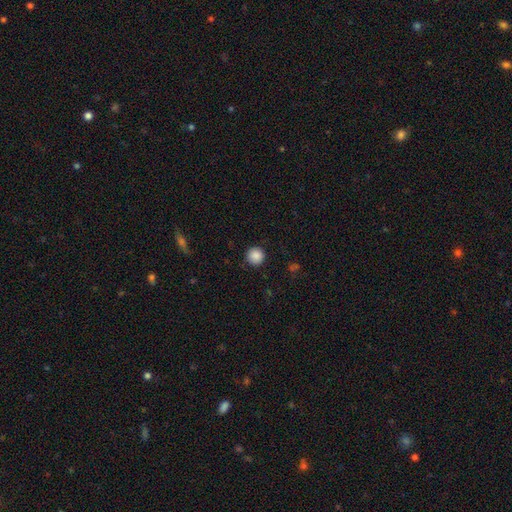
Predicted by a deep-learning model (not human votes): smooth_or_featured: smooth (p=0.88) [alt: star or artifact p=0.09]
how_rounded: round (p=0.95) [alt: in between p=0.04]
merging: none (p=0.89) [alt: minor disturbance p=0.08]